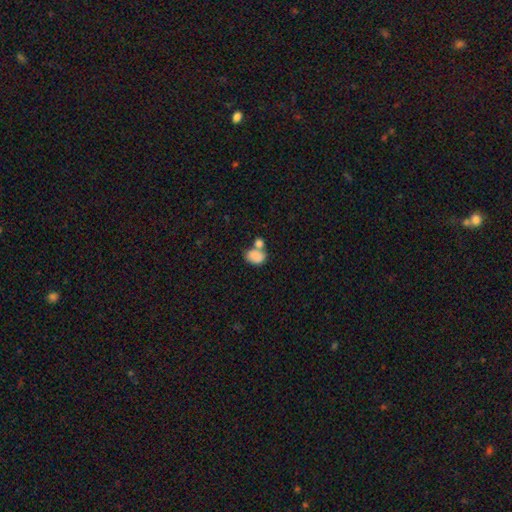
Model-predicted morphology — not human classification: Overall: smooth (82%). How rounded: in between (75%). Merging: merger (47%; none 34%).